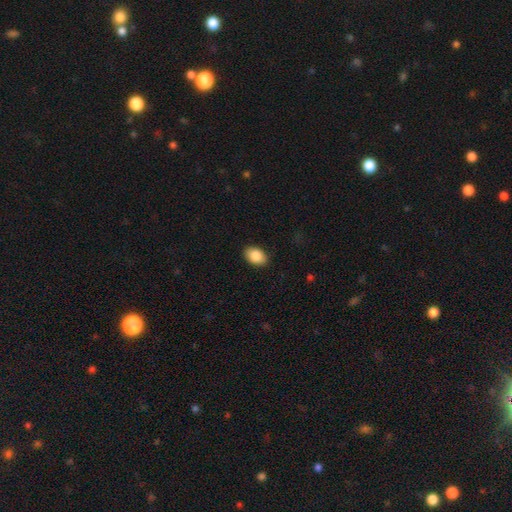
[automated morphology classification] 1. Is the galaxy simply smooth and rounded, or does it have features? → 87% smooth, 7% star or artifact, 5% featured or disk.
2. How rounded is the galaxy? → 86% in between, 13% round, 1% cigar-shaped.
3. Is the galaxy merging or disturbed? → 88% none, 9% minor disturbance, 2% major disturbance, 1% merger.